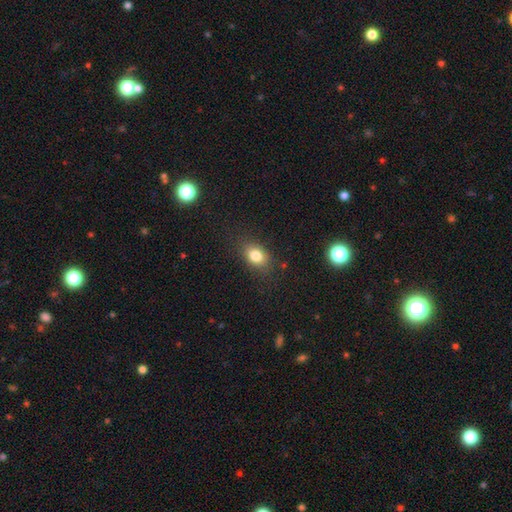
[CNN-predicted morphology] Q: Smooth or featured?
A: smooth (81%); runner-up: star or artifact (11%)
Q: How rounded?
A: in between (73%); runner-up: round (25%)
Q: Merging?
A: none (81%); runner-up: minor disturbance (13%)